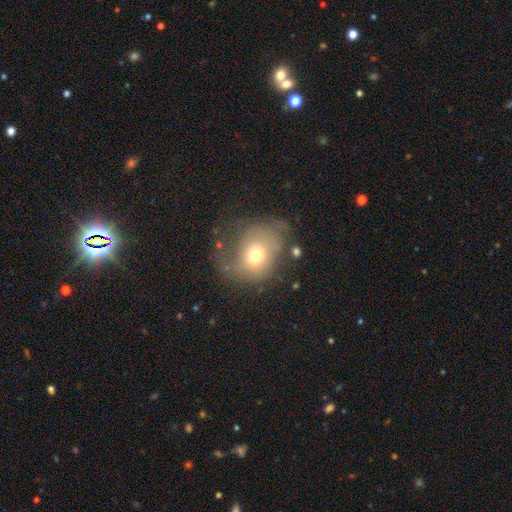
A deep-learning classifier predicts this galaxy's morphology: smooth-or-featured: smooth: 64% | featured or disk: 23% | star or artifact: 12%
  how-rounded: round: 62% | in between: 37% | cigar-shaped: 1%
  merging: none: 39% | major disturbance: 31% | minor disturbance: 27% | merger: 4%